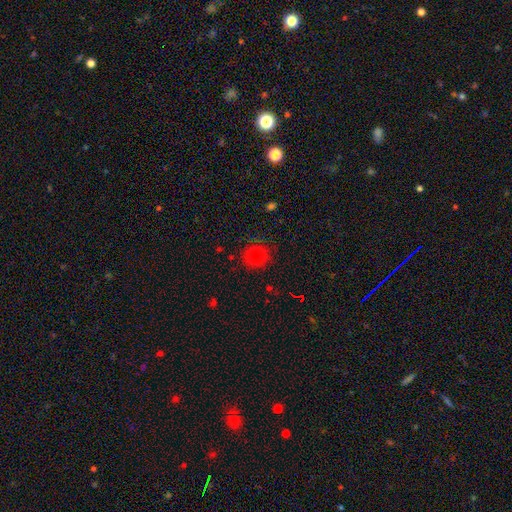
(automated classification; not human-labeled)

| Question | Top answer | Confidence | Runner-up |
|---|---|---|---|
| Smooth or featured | smooth | 78% | star or artifact (15%) |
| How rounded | round | 91% | in between (8%) |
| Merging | none | 87% | minor disturbance (9%) |